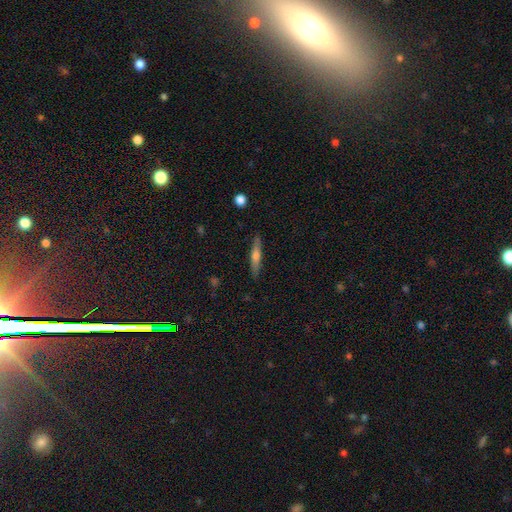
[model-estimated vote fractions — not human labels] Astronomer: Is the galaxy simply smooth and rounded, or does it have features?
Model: smooth — 56% (runner-up: featured or disk, 38%).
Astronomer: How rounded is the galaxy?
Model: cigar-shaped — 89%.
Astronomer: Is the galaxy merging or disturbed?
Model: none — 87%.